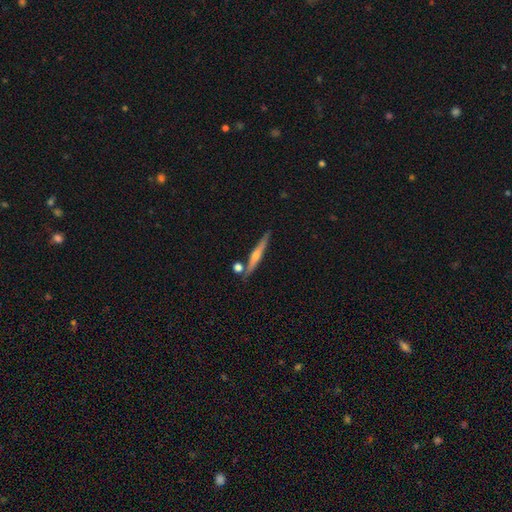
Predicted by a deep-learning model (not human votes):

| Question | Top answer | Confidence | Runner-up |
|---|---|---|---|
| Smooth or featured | featured or disk | 70% | smooth (23%) |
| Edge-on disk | yes | 97% | no (3%) |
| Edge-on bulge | rounded | 85% | none (10%) |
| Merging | none | 83% | minor disturbance (8%) |